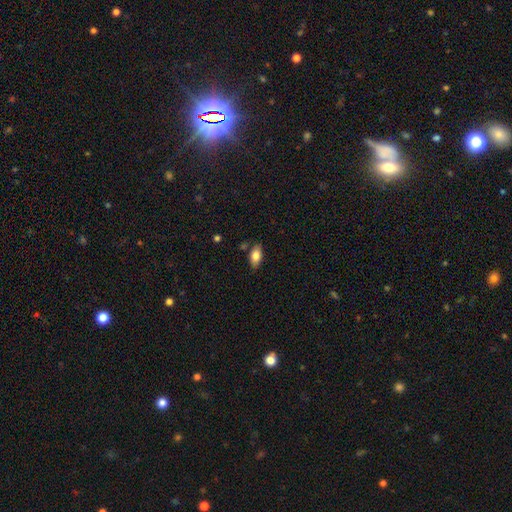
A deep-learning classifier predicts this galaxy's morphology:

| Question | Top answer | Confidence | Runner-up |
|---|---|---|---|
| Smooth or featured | smooth | 83% | featured or disk (10%) |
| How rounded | in between | 91% | cigar-shaped (5%) |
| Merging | none | 81% | minor disturbance (13%) |